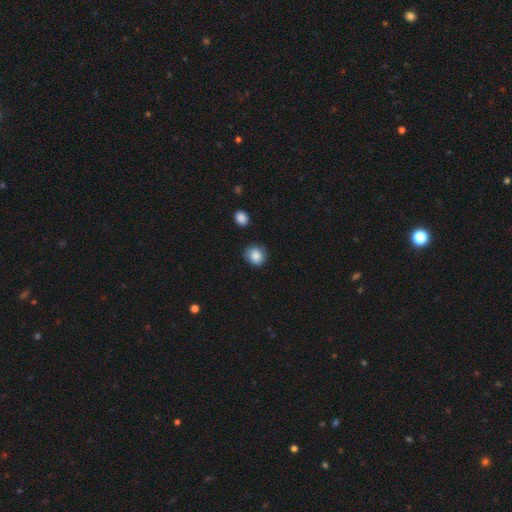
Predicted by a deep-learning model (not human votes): Overall: smooth (86%). How rounded: round (80%). Merging: none (78%).